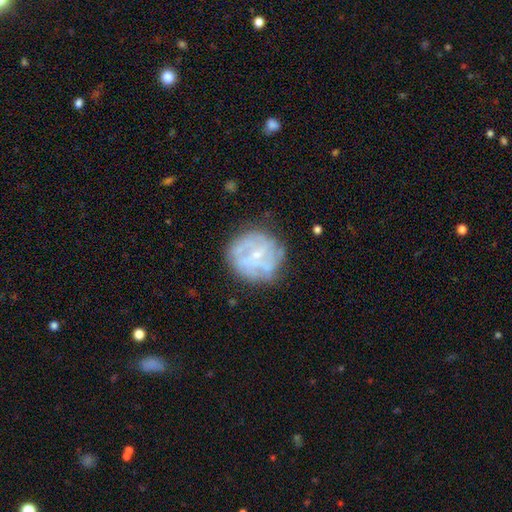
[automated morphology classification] Overall: featured or disk (66%). Edge-on disk: no (97%). Bar: no (57%; weak 34%). Spiral arms: yes (62%; no 38%). Bulge size: small (74%). Merging: none (73%).